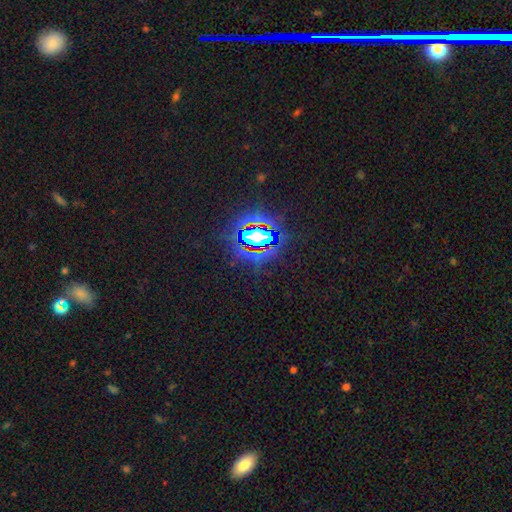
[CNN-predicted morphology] This is clearly a star or artifact rather than a galaxy (82%).